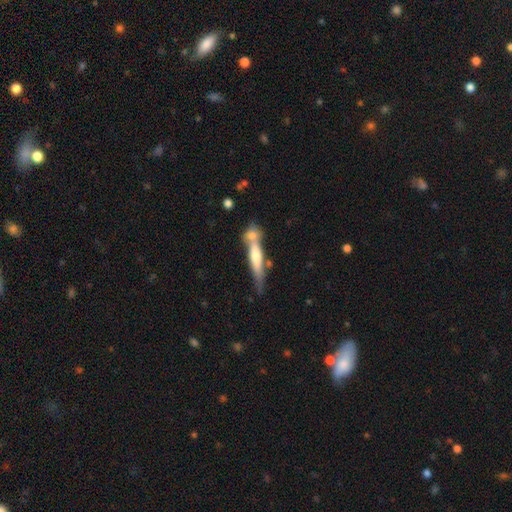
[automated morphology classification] This is possibly a smooth galaxy (48%). Merging: marginally none (45%).